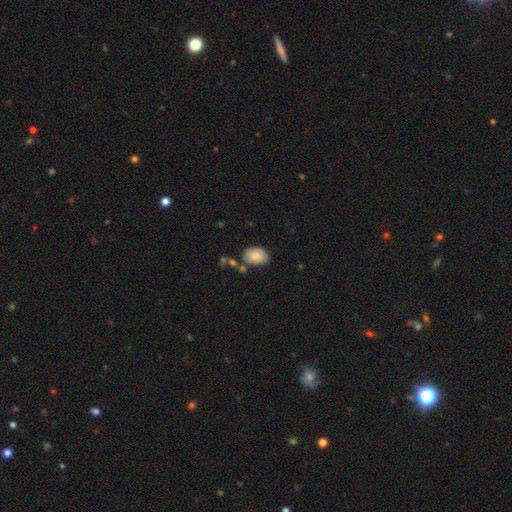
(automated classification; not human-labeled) smooth_or_featured: smooth (p=0.83) [alt: featured or disk p=0.10]
how_rounded: in between (p=0.82) [alt: round p=0.17]
merging: none (p=0.70) [alt: minor disturbance p=0.18]